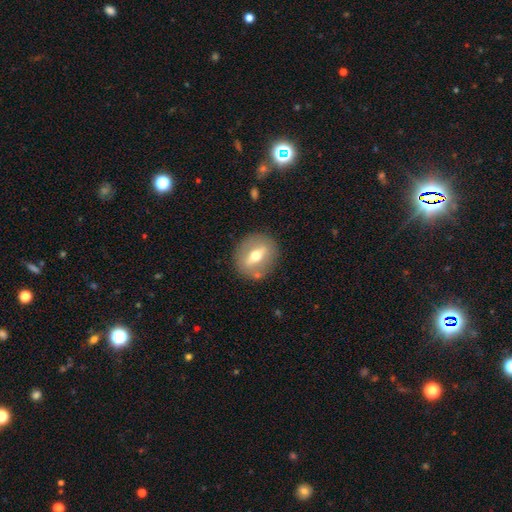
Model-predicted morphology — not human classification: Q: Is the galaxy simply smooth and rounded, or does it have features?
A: featured or disk — 55%.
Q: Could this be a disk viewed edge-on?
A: no — 66%.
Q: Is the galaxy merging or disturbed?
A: none — 84%.